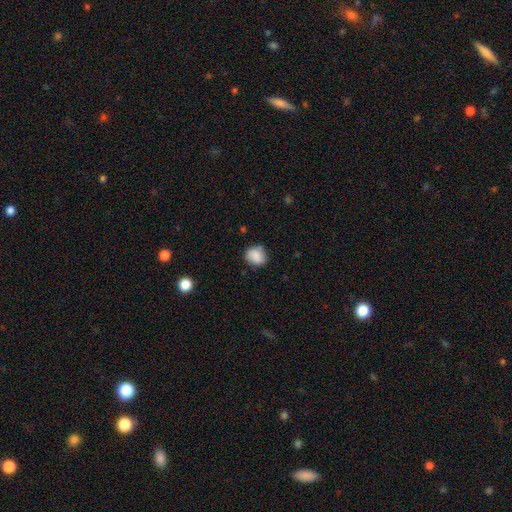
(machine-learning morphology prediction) This appears to be a smooth galaxy with no disk features (85%) that is round (72%). Merging: none (75%).